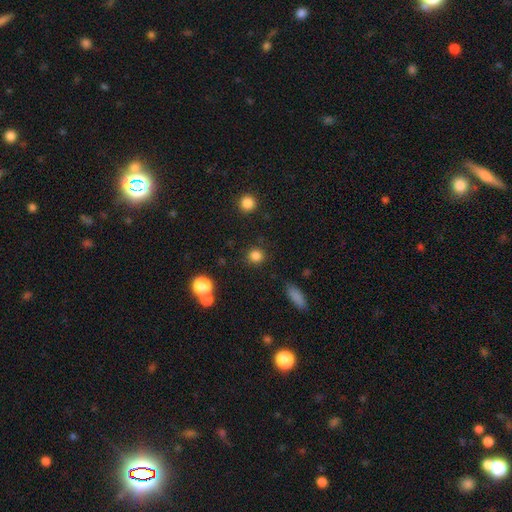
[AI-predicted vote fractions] Overall: smooth (83%). How rounded: round (90%). Merging: none (87%).